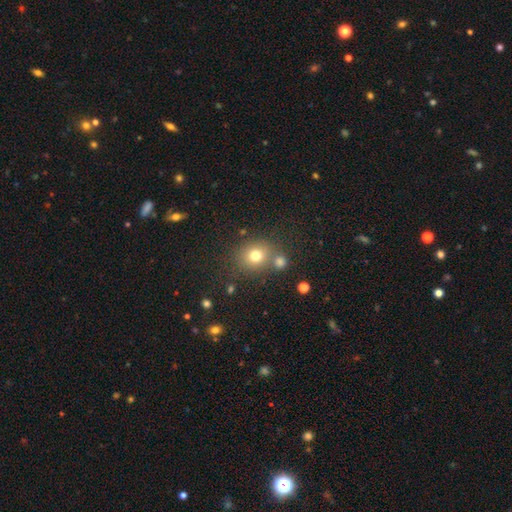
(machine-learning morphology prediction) Overall: smooth (75%). How rounded: round (77%). Merging: none (66%).